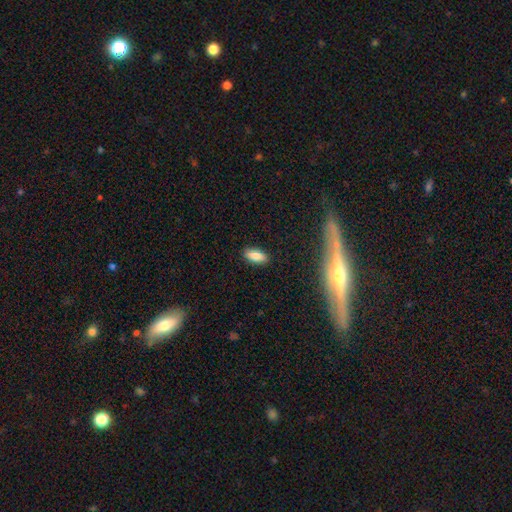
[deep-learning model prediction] Smooth or featured?
  - smooth: 83% *
  - featured or disk: 8%
  - star or artifact: 8%
How rounded?
  - in between: 81% *
  - cigar-shaped: 16%
  - round: 3%
Merging?
  - none: 88% *
  - minor disturbance: 9%
  - major disturbance: 2%
  - merger: 1%